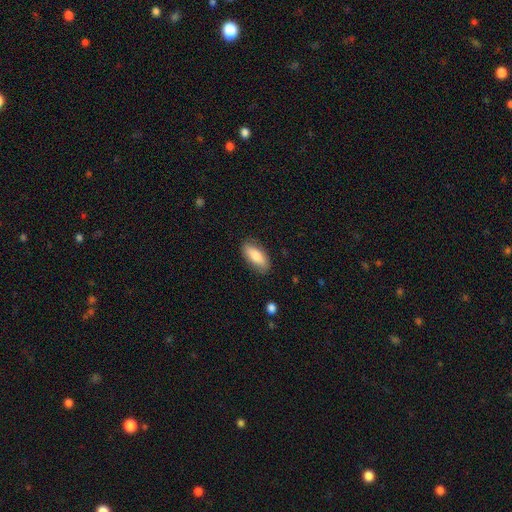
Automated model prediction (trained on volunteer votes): This appears to be a smooth galaxy with no disk features (77%) that is in between round and cigar-shaped (82%). Merging: none (84%).